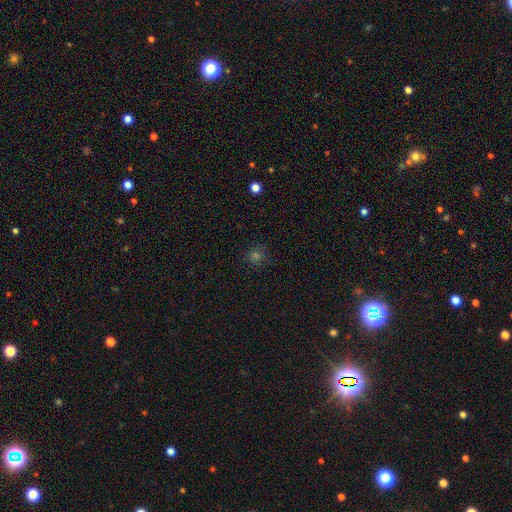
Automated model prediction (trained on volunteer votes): Smooth or featured? Predicted: smooth (p=0.66). How rounded? Predicted: round (p=0.91). Merging? Predicted: none (p=0.87).